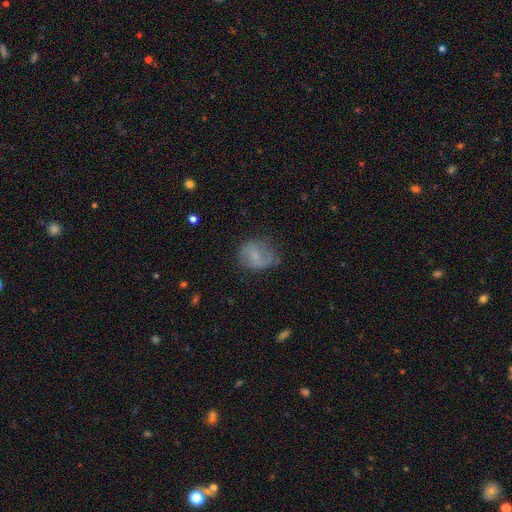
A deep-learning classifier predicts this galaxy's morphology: Smooth or featured? Predicted: smooth (p=0.59). How rounded? Predicted: in between (p=0.52). Merging? Predicted: none (p=0.51).